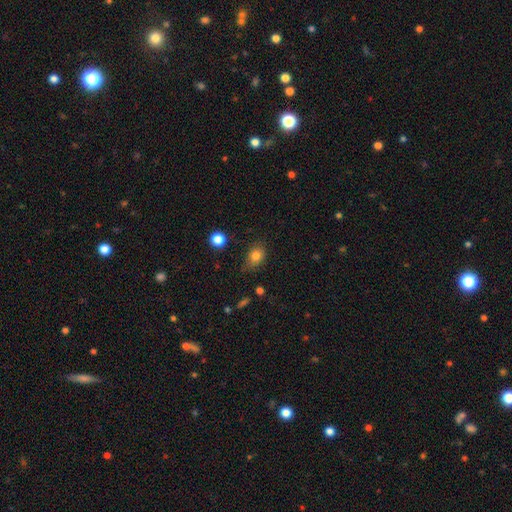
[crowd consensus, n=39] smooth 87%, star or artifact 10%, featured or disk 3%. Down the decision tree: how rounded — round (50%); merging — none (71%).